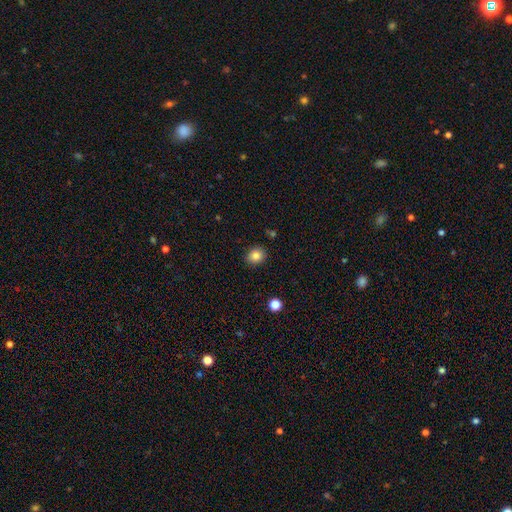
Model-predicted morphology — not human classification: A smooth galaxy with no disk features (83%) that is round (70%). Merging: none (89%).